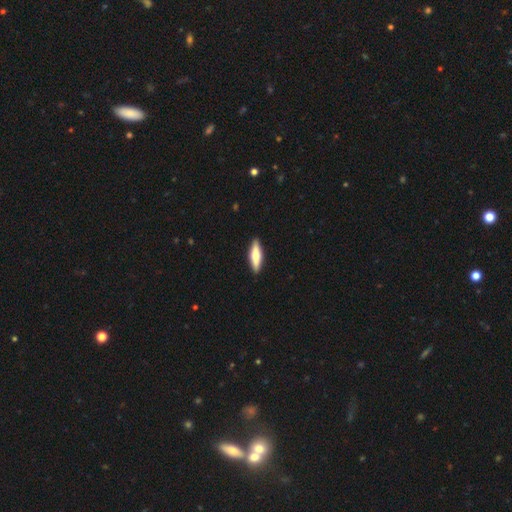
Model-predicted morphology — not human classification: Q: Smooth or featured?
A: smooth (62%); runner-up: featured or disk (32%)
Q: How rounded?
A: cigar-shaped (64%); runner-up: in between (34%)
Q: Merging?
A: none (90%); runner-up: minor disturbance (8%)